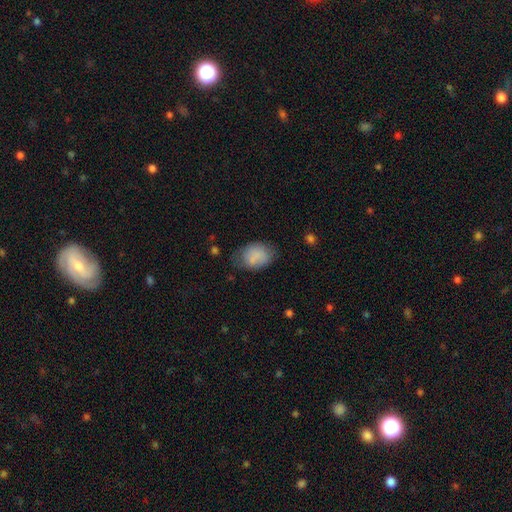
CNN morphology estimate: smooth-or-featured: smooth: 81% | featured or disk: 11% | star or artifact: 8%
  how-rounded: in between: 72% | round: 27% | cigar-shaped: 1%
  merging: none: 60% | minor disturbance: 28% | major disturbance: 9% | merger: 3%